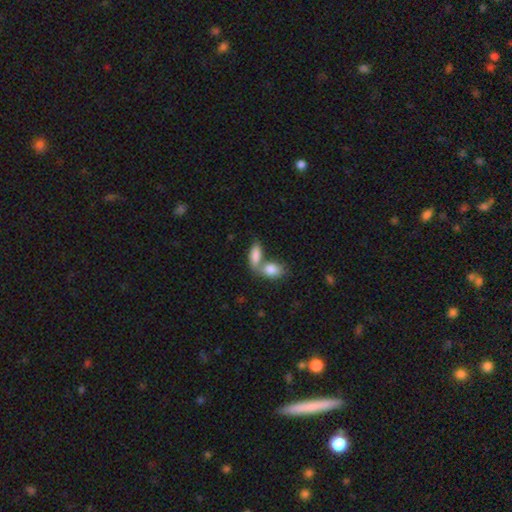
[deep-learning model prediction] Smooth or featured: smooth — 83% (featured or disk — 10%)
How rounded: in between — 86% (cigar-shaped — 10%)
Merging: merger — 60% (none — 28%)